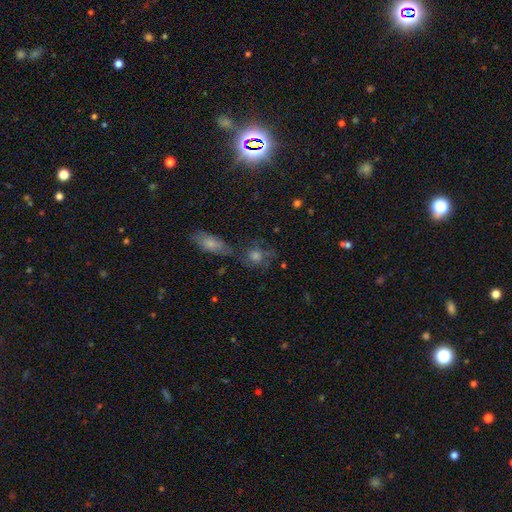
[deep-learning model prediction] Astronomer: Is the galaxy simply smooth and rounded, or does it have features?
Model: smooth — 44% (runner-up: featured or disk, 29%).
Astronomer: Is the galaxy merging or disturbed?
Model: none — 61%.